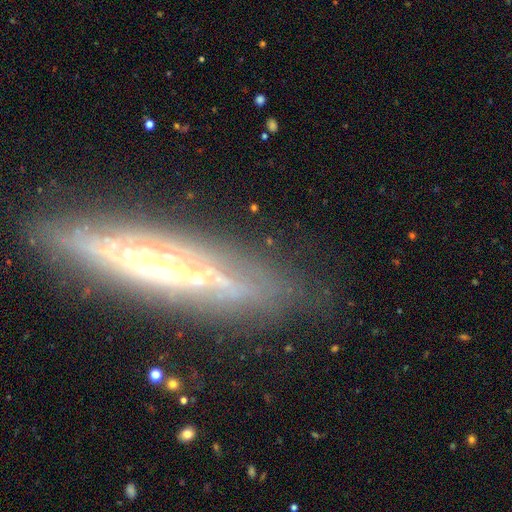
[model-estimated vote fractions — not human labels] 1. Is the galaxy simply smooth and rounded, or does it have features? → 79% featured or disk, 13% smooth, 8% star or artifact.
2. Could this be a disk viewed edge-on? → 57% yes, 43% no.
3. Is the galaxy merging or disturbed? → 79% none, 14% minor disturbance, 5% major disturbance, 2% merger.